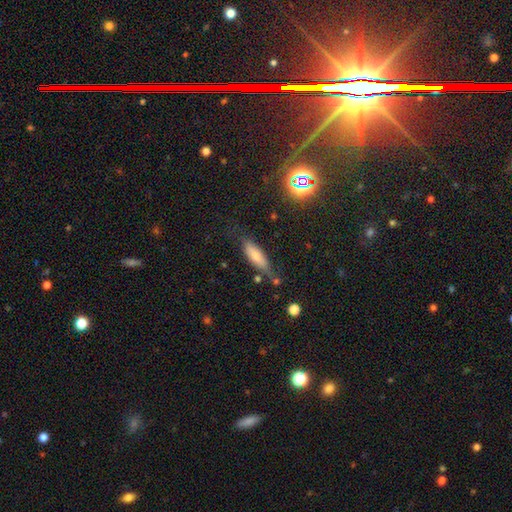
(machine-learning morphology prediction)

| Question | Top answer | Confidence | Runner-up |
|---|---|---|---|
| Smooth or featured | smooth | 72% | featured or disk (20%) |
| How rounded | in between | 56% | cigar-shaped (42%) |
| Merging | none | 59% | minor disturbance (27%) |